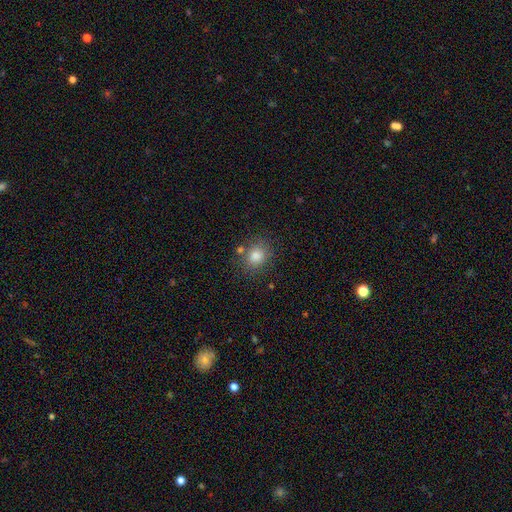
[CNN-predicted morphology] type=smooth (82%); roundness=round (70%); merging=none (77%).